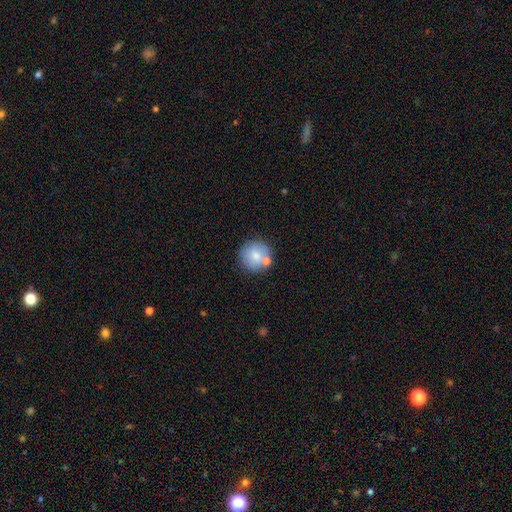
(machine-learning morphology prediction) Q: Smooth or featured?
A: smooth (76%); runner-up: featured or disk (16%)
Q: How rounded?
A: round (93%); runner-up: in between (6%)
Q: Merging?
A: none (72%); runner-up: merger (13%)